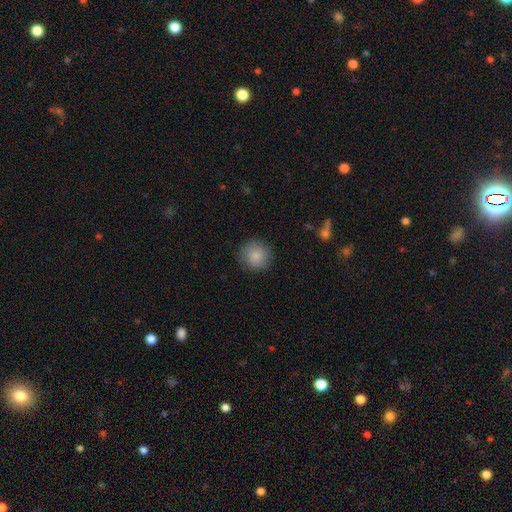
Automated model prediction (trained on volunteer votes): Smooth or featured?
  - smooth: 85% *
  - featured or disk: 8%
  - star or artifact: 7%
How rounded?
  - round: 93% *
  - in between: 6%
  - cigar-shaped: 1%
Merging?
  - none: 87% *
  - minor disturbance: 10%
  - major disturbance: 3%
  - merger: 1%